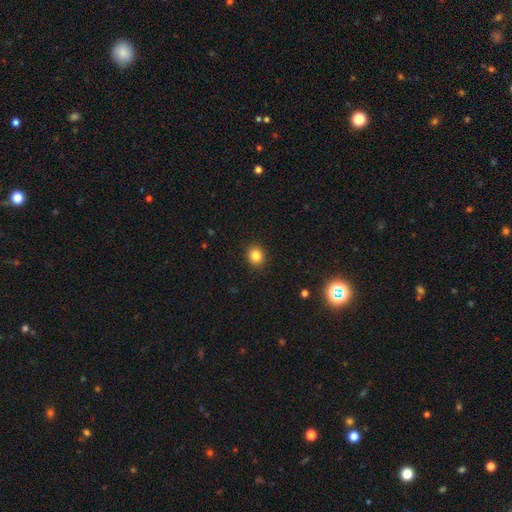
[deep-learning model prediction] Morphology: type=smooth (83%); roundness=round (77%); merging=none (91%).